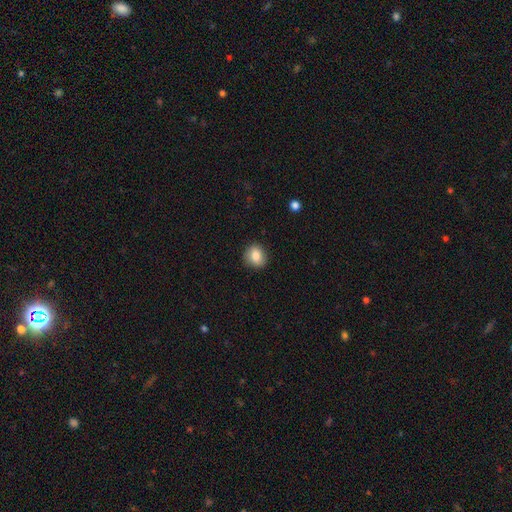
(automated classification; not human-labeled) Smooth or featured?
  - smooth: 83% *
  - star or artifact: 9%
  - featured or disk: 8%
How rounded?
  - round: 69% *
  - in between: 30%
  - cigar-shaped: 1%
Merging?
  - none: 83% *
  - minor disturbance: 13%
  - major disturbance: 3%
  - merger: 1%